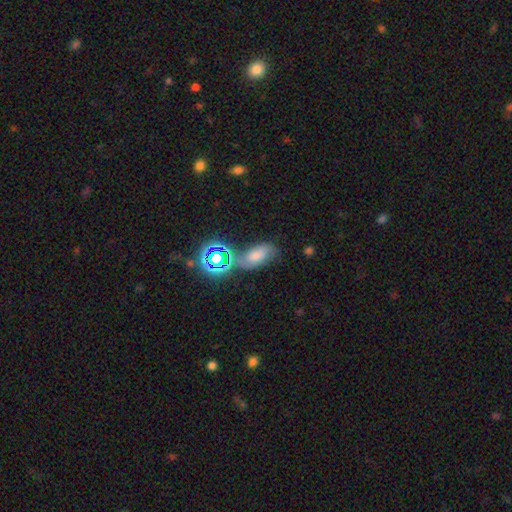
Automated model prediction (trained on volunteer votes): smooth_or_featured: smooth (p=0.45) [alt: star or artifact p=0.34]
merging: none (p=0.51) [alt: minor disturbance p=0.21]